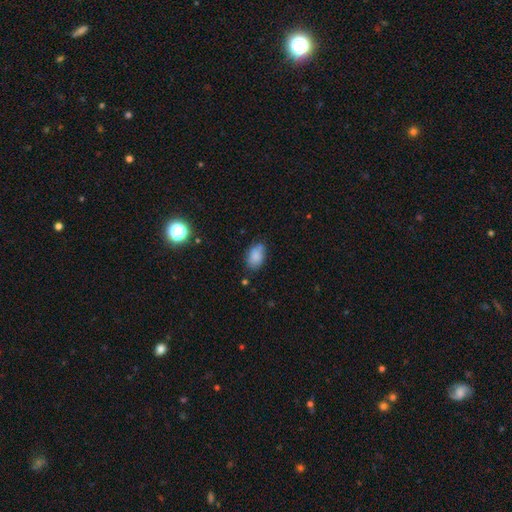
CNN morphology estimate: The model was most divided on "merging": none: 70%, minor disturbance: 23%, major disturbance: 4%, merger: 3%. More confident: how rounded — in between (90%); smooth or featured — smooth (83%).